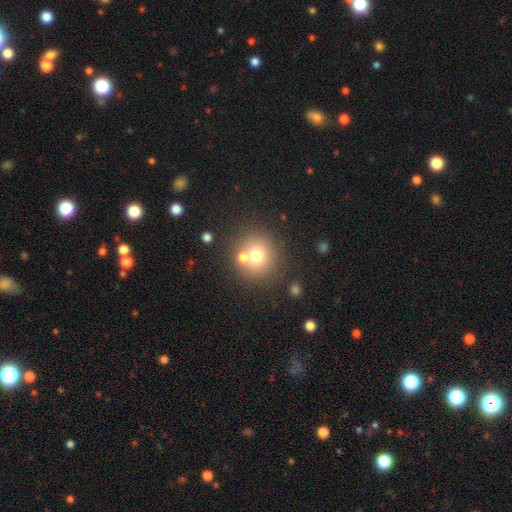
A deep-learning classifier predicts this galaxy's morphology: Smooth or featured: smooth — 70% (featured or disk — 16%)
How rounded: round — 88% (in between — 11%)
Merging: none — 63% (merger — 24%)